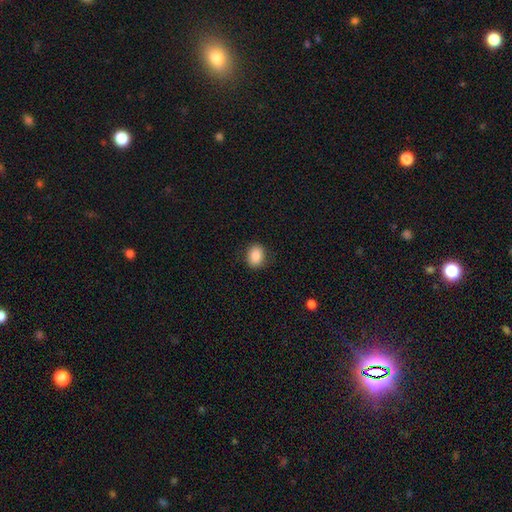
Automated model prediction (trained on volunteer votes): Morphology: type=smooth (85%); roundness=in between (54%); merging=none (87%).